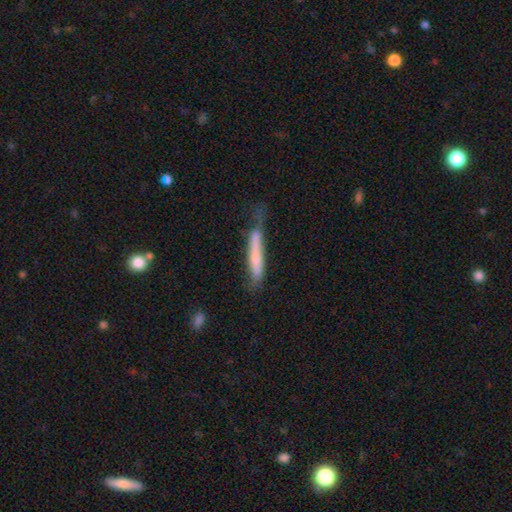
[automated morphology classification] Smooth or featured: smooth — 62% (featured or disk — 32%)
How rounded: cigar-shaped — 93% (in between — 5%)
Merging: none — 44% (minor disturbance — 32%)